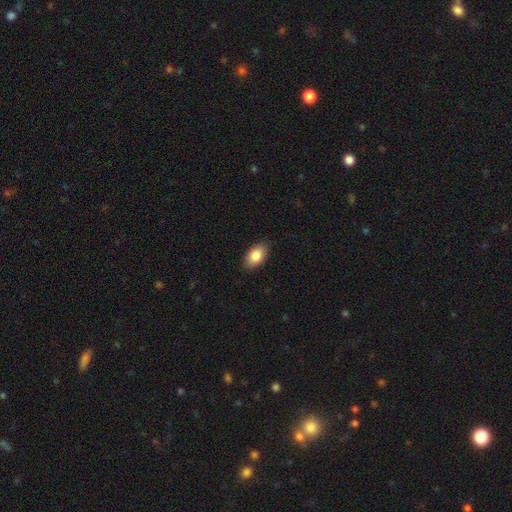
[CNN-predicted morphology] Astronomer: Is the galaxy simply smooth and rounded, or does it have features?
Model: smooth — 83%.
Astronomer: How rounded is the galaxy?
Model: in between — 91%.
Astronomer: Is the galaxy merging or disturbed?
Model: none — 86%.